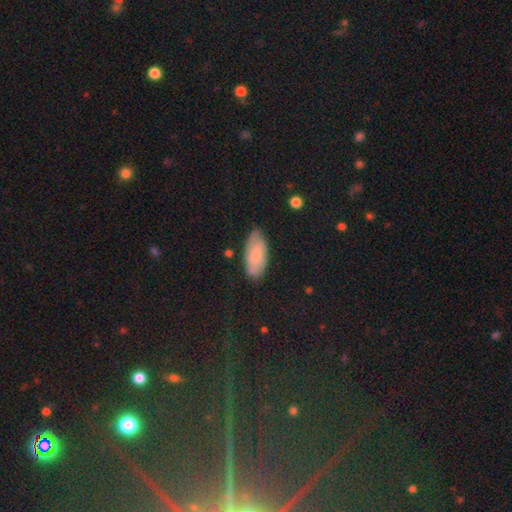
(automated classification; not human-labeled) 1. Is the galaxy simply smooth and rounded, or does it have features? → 62% smooth, 30% featured or disk, 9% star or artifact.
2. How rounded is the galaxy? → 89% in between, 9% cigar-shaped, 2% round.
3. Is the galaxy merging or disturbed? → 76% none, 19% minor disturbance, 4% major disturbance, 2% merger.